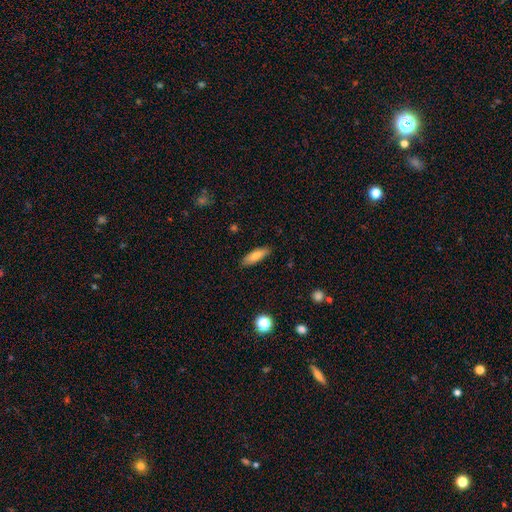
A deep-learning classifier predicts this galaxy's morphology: type=smooth (77%); roundness=in between (53%); merging=none (85%).